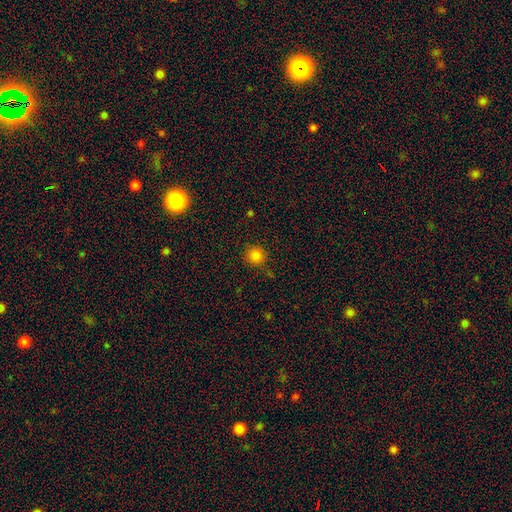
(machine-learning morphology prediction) Overall: smooth (83%). How rounded: round (94%). Merging: none (85%).